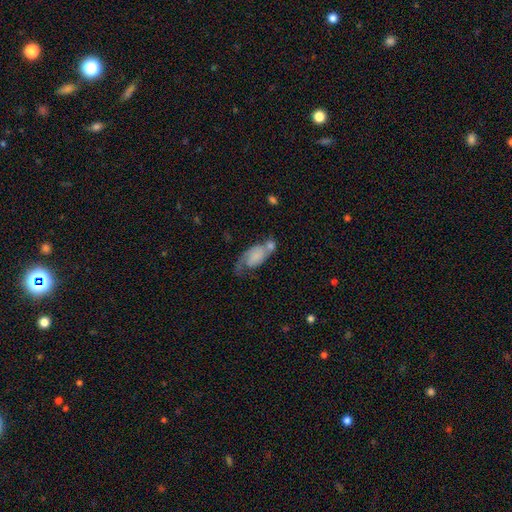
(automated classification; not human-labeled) A featured or disk galaxy (53%) with no bar (69%), spiral arms (83%) and no central bulge (46%). Merging: merger (34%).